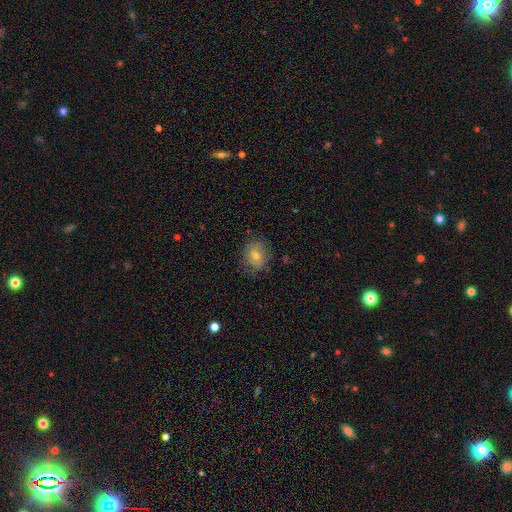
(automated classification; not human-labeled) This appears to be a smooth galaxy with no disk features (70%) that is round (52%). Merging: none (75%).